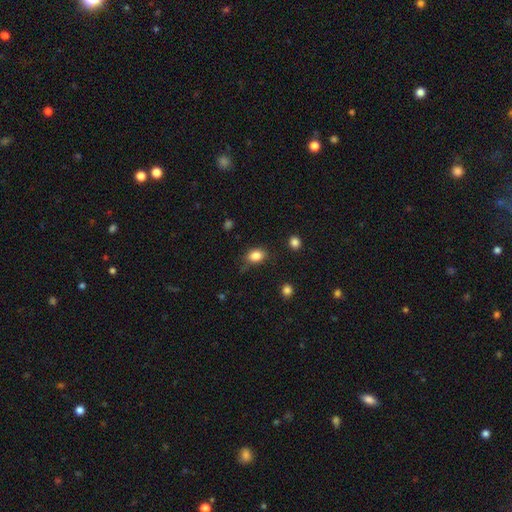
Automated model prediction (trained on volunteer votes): This appears to be a smooth galaxy with no disk features (84%) that is in between round and cigar-shaped (65%). Merging: none (72%).